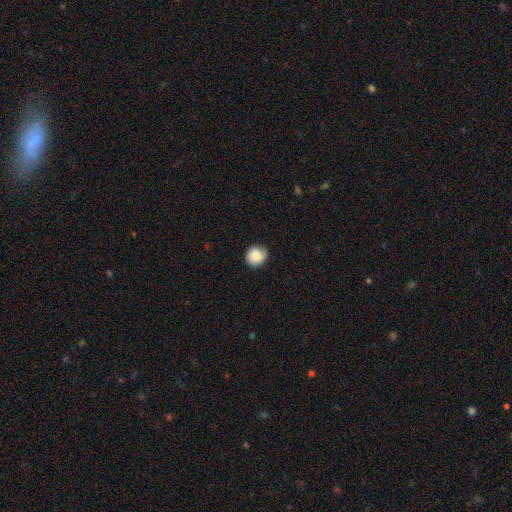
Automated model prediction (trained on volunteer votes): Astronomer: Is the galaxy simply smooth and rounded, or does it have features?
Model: smooth — 77%.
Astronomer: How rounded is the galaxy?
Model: round — 84%.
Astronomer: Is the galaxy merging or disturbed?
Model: none — 76%.